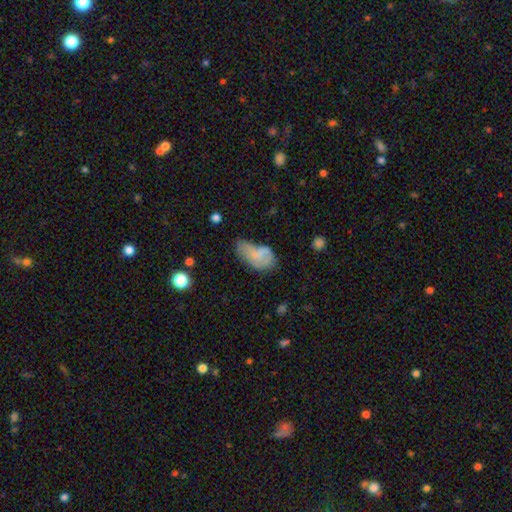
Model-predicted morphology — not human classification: A smooth galaxy with no disk features (59%) that is in between round and cigar-shaped (92%).

Vote fractions:
- Smooth or featured? smooth: 59% / featured or disk: 30% / star or artifact: 11%
- How rounded? in between: 92% / round: 5% / cigar-shaped: 3%
- Merging? minor disturbance: 37% / none: 31% / major disturbance: 26% / merger: 6%